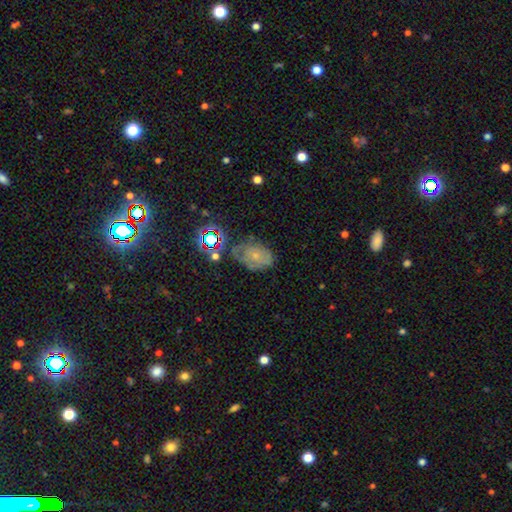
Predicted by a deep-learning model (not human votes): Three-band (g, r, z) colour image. It shows a smooth galaxy with no disk features (42%). Merging: none (52%).